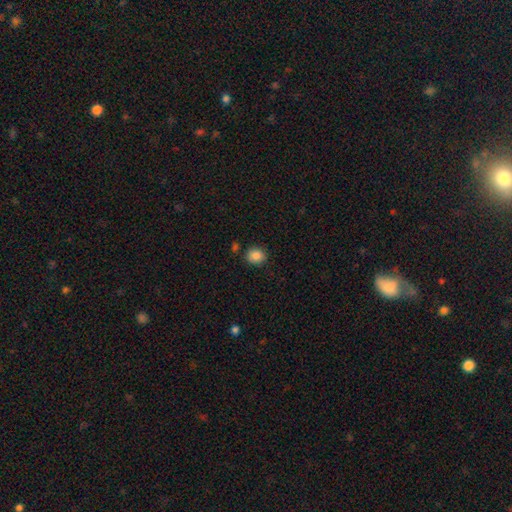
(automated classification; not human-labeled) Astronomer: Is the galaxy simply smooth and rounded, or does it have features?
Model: smooth — 87%.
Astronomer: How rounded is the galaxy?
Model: round — 72%.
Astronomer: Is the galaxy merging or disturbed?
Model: none — 84%.